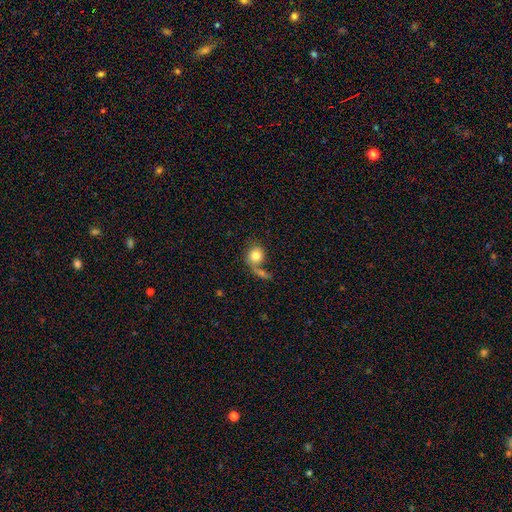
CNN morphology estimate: Smooth or featured? Predicted: smooth (p=0.78). How rounded? Predicted: round (p=0.75). Merging? Predicted: none (p=0.38).